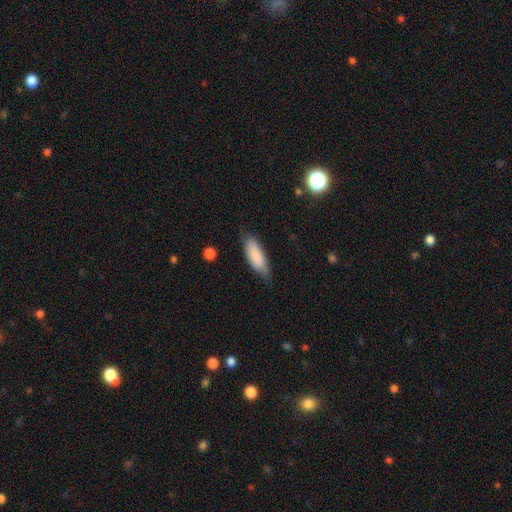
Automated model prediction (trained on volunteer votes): Overall: smooth (84%). How rounded: in between (66%; cigar-shaped 33%). Merging: none (75%).